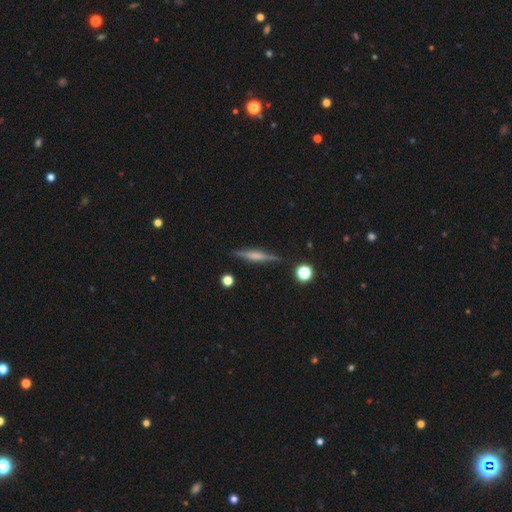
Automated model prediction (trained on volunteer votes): smooth-or-featured: featured or disk: 62% | smooth: 30% | star or artifact: 8%
  disk-edge-on: yes: 97% | no: 3%
    edge-on-bulge: rounded: 49% | boxy: 31% | none: 20%
  merging: none: 87% | minor disturbance: 9% | major disturbance: 2% | merger: 2%